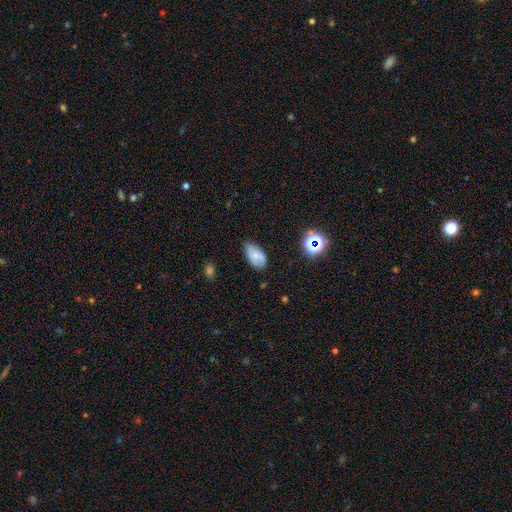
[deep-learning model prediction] A smooth galaxy with no disk features (66%) that is in between round and cigar-shaped (92%). Merging: none (64%).